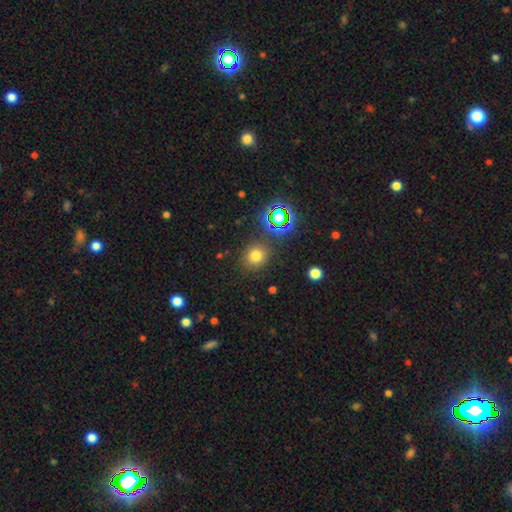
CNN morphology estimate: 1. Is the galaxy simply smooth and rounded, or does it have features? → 70% smooth, 23% star or artifact, 7% featured or disk.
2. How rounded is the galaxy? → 82% round, 17% in between, 1% cigar-shaped.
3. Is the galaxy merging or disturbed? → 83% none, 9% minor disturbance, 4% merger, 4% major disturbance.